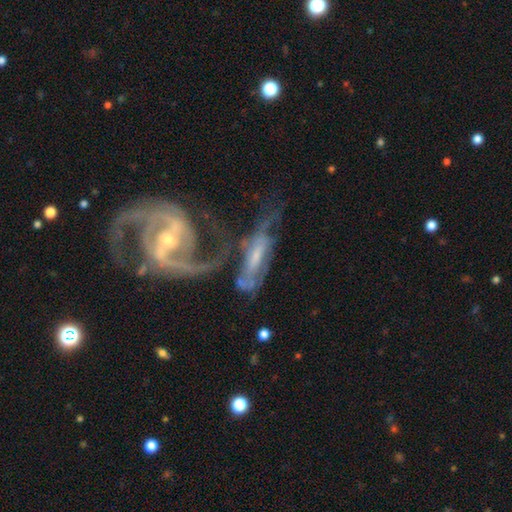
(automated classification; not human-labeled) Overall: featured or disk (79%). Edge-on disk: no (88%). Bar: weak (39%; no 31%). Spiral arms: yes (84%). Spiral arm count: 2 (60%; can't tell 20%). Spiral winding: medium (42%; loose 33%). Bulge size: small (59%; moderate 30%). Merging: merger (41%; major disturbance 24%).